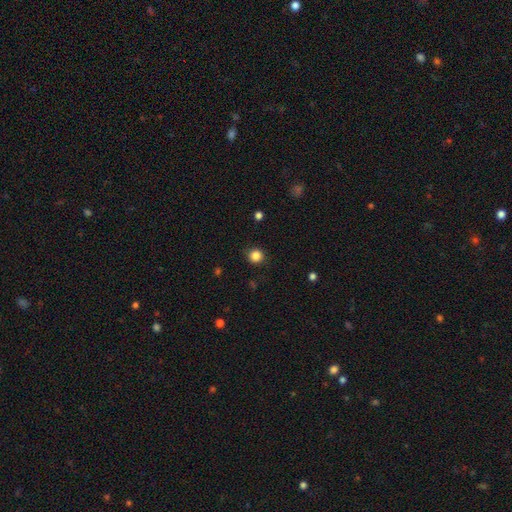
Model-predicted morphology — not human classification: smooth-or-featured: smooth: 85% | star or artifact: 11% | featured or disk: 3%
  how-rounded: round: 93% | in between: 6% | cigar-shaped: 1%
  merging: none: 90% | minor disturbance: 7% | major disturbance: 2% | merger: 1%